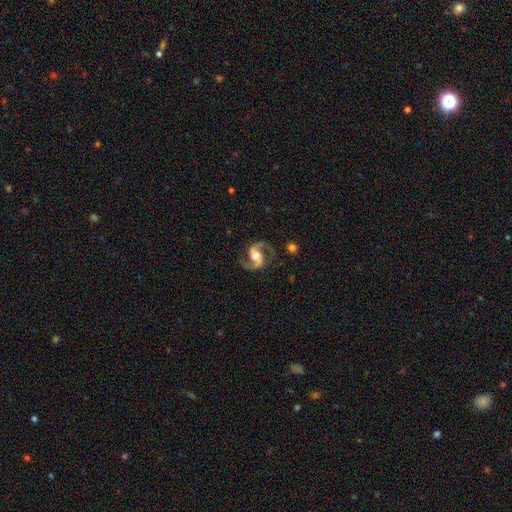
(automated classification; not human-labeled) A featured or disk galaxy (92%) with a strong bar (38%, tied with weak), 2 (94%) medium (59%) spiral arms (98%) and a moderate central bulge (66%). Merging: none (82%).